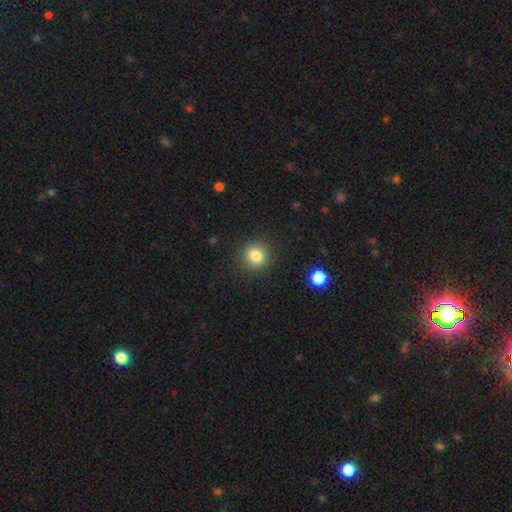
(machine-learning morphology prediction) smooth-or-featured: smooth: 82% | star or artifact: 12% | featured or disk: 6%
  how-rounded: round: 92% | in between: 7% | cigar-shaped: 1%
  merging: none: 90% | minor disturbance: 6% | major disturbance: 2% | merger: 1%